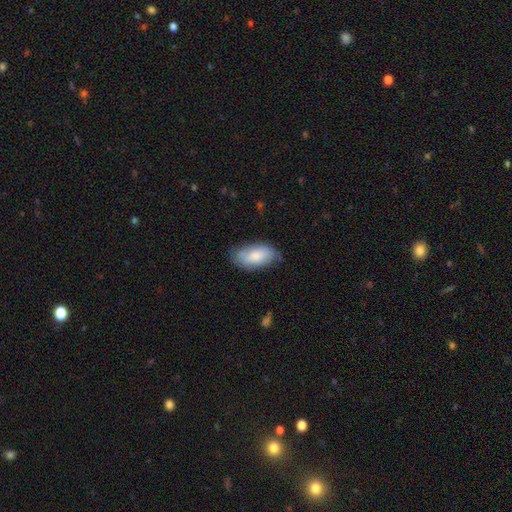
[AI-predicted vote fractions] smooth-or-featured: smooth: 72% | featured or disk: 21% | star or artifact: 6%
  how-rounded: in between: 94% | round: 3% | cigar-shaped: 3%
  merging: none: 65% | minor disturbance: 27% | major disturbance: 6% | merger: 2%